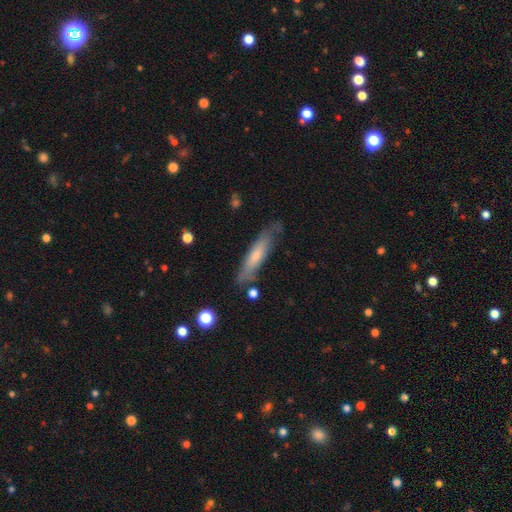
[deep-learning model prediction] Smooth or featured? smooth (52%)
How rounded? cigar-shaped (81%)
Merging? none (76%)